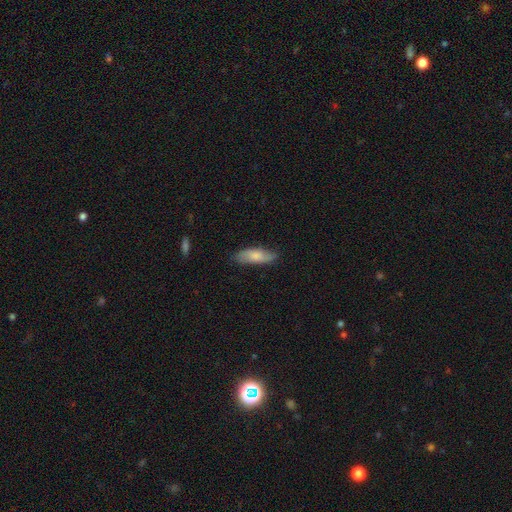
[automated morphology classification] type=smooth (75%); roundness=in between (60%); merging=none (76%).